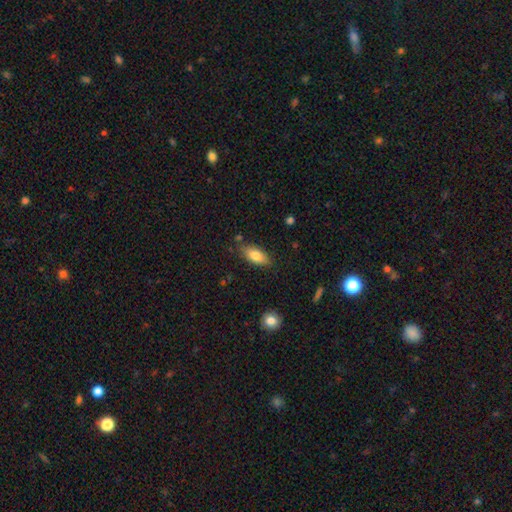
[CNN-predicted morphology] Smooth or featured? Predicted: smooth (p=0.78). How rounded? Predicted: in between (p=0.84). Merging? Predicted: none (p=0.79).